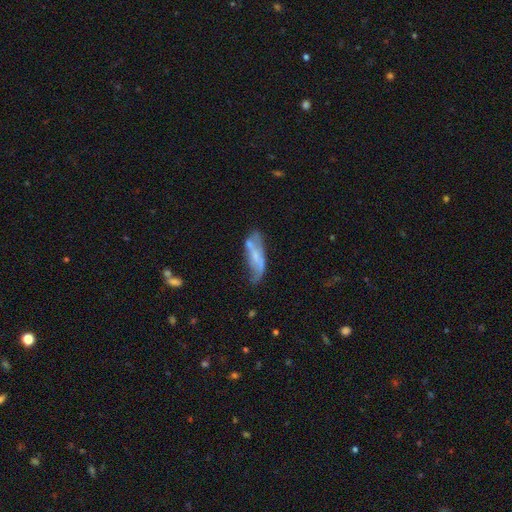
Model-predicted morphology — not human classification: A featured or disk galaxy (56%).

Vote fractions:
- Smooth or featured? featured or disk: 56% / smooth: 36% / star or artifact: 8%
- Edge-on disk? no: 79% / yes: 21%
- Merging? none: 37% / minor disturbance: 30% / major disturbance: 23% / merger: 10%